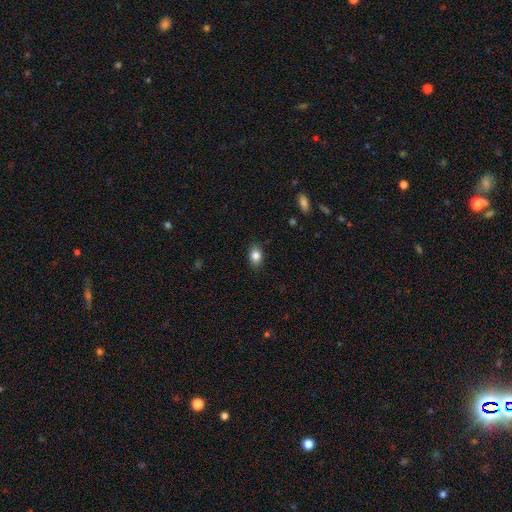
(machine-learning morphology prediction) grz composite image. It shows a smooth galaxy with no disk features (84%) that is in between round and cigar-shaped (72%). Merging: none (86%).